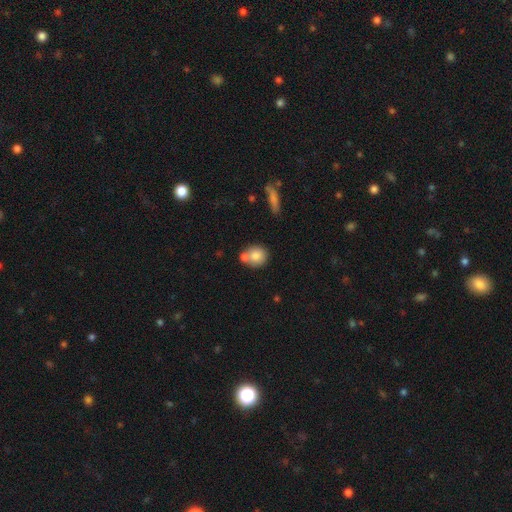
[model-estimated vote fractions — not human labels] This is clearly a smooth galaxy (81%). How rounded: clearly round (82%). Merging: possibly none (55%).